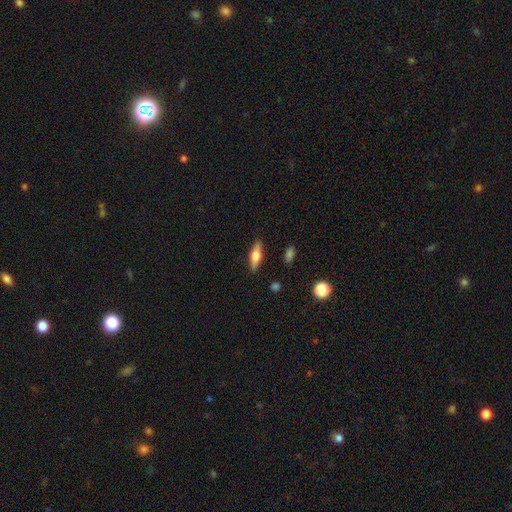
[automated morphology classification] Q: Smooth or featured?
A: smooth (57%); runner-up: featured or disk (36%)
Q: How rounded?
A: in between (50%); runner-up: cigar-shaped (47%)
Q: Merging?
A: none (86%); runner-up: minor disturbance (10%)